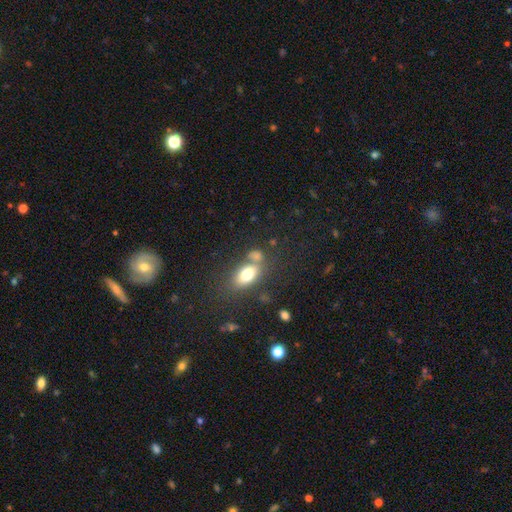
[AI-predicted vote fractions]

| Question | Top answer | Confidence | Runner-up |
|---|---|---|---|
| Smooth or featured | smooth | 75% | featured or disk (16%) |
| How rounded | in between | 82% | round (12%) |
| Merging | none | 50% | merger (29%) |